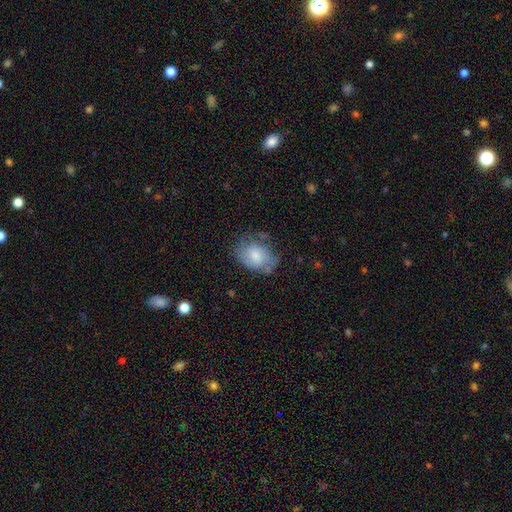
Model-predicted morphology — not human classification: smooth_or_featured: smooth (p=0.63) [alt: featured or disk p=0.30]
how_rounded: in between (p=0.71) [alt: round p=0.28]
merging: none (p=0.53) [alt: minor disturbance p=0.31]